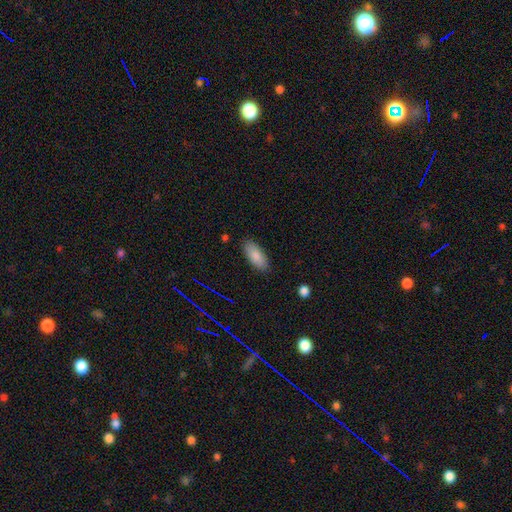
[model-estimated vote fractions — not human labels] smooth_or_featured: smooth (p=0.86) [alt: featured or disk p=0.07]
how_rounded: in between (p=0.84) [alt: cigar-shaped p=0.15]
merging: none (p=0.86) [alt: minor disturbance p=0.10]